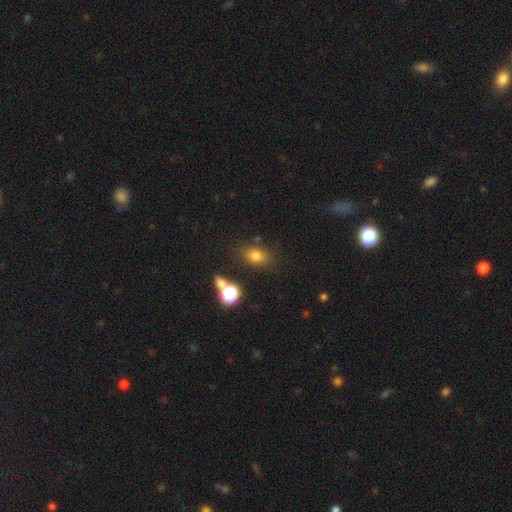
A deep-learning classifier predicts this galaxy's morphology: Overall: smooth (75%). How rounded: in between (68%; round 30%). Merging: none (76%).